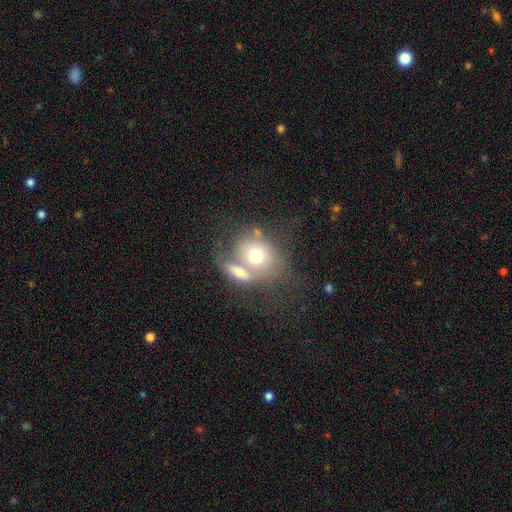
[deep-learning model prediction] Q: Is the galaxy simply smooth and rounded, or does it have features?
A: smooth — 63%.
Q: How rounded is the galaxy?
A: round — 58%.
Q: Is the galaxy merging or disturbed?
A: merger — 47%.